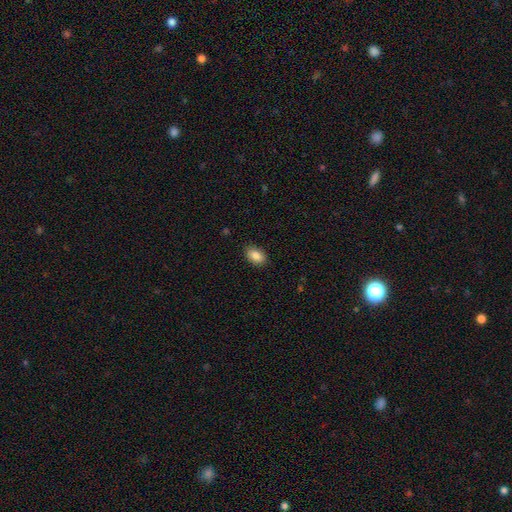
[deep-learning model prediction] smooth_or_featured: smooth (p=0.88) [alt: star or artifact p=0.08]
how_rounded: in between (p=0.89) [alt: round p=0.10]
merging: none (p=0.88) [alt: minor disturbance p=0.09]